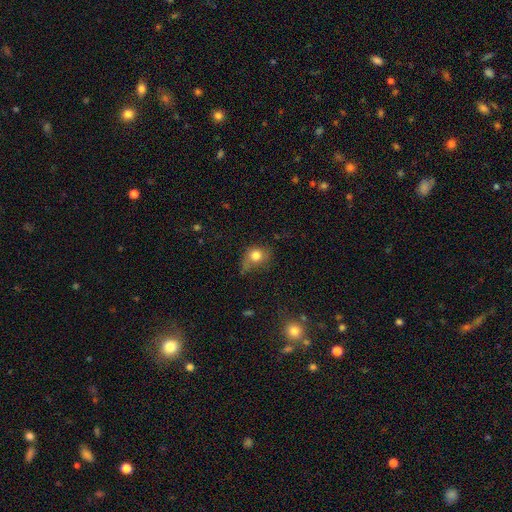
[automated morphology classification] Smooth or featured? smooth (78%)
How rounded? round (60%)
Merging? none (47%)